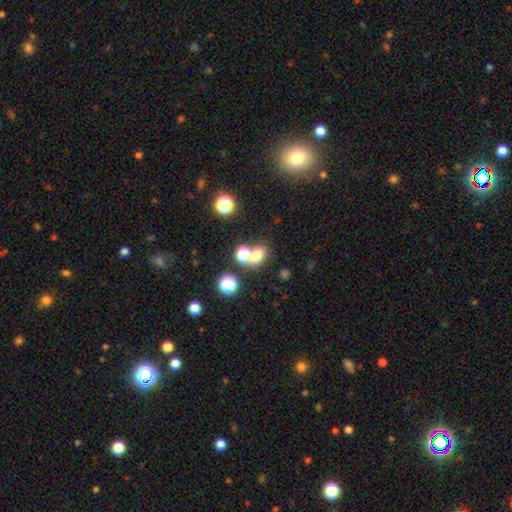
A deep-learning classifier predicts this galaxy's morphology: Smooth or featured? smooth (71%)
How rounded? in between (53%)
Merging? none (55%)